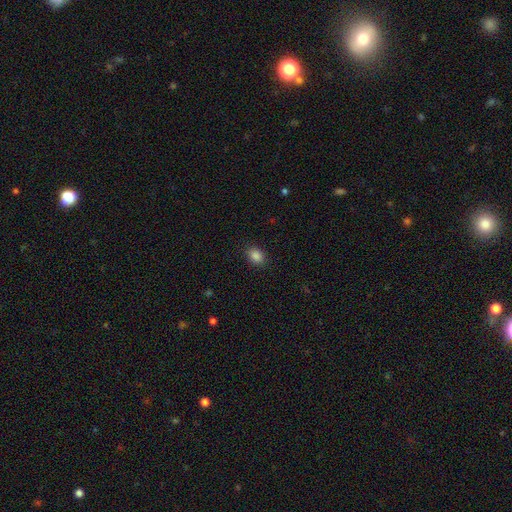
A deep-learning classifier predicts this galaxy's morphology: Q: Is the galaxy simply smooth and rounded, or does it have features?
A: smooth — 87%.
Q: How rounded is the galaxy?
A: in between — 71%.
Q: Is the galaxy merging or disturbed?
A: none — 89%.